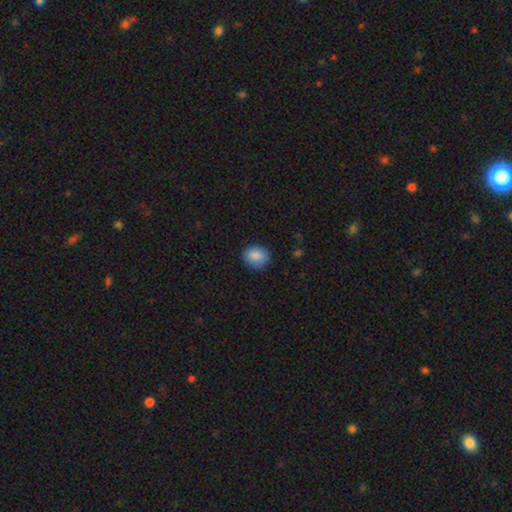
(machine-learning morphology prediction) This is clearly a smooth galaxy (87%). How rounded: likely round (72%). Merging: clearly none (81%).